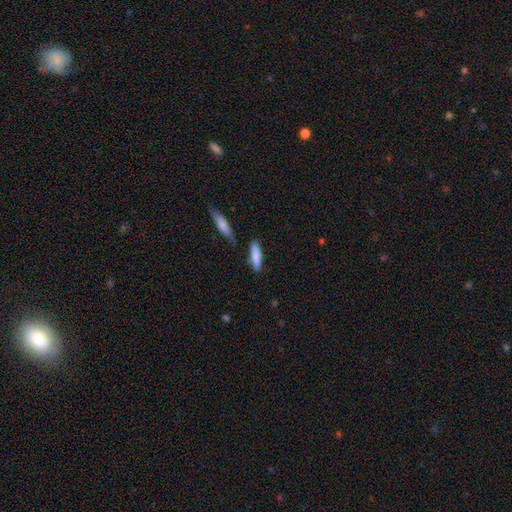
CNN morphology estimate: type=smooth (82%); roundness=cigar-shaped (73%); merging=none (76%).